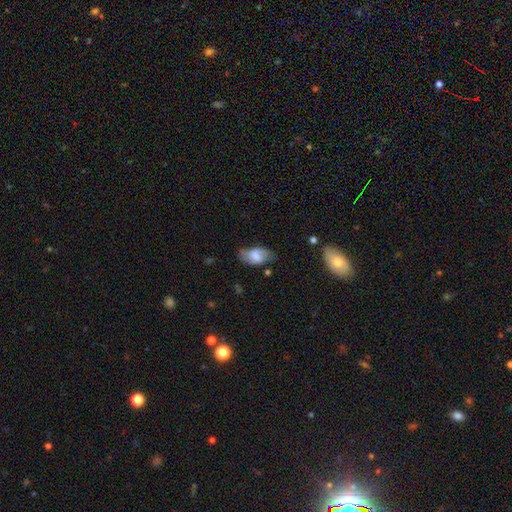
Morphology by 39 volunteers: Volunteers were most divided on "smooth or featured": smooth: 67%, featured or disk: 26%, star or artifact: 8%. More confident: how rounded — in between (96%); merging — none (86%).